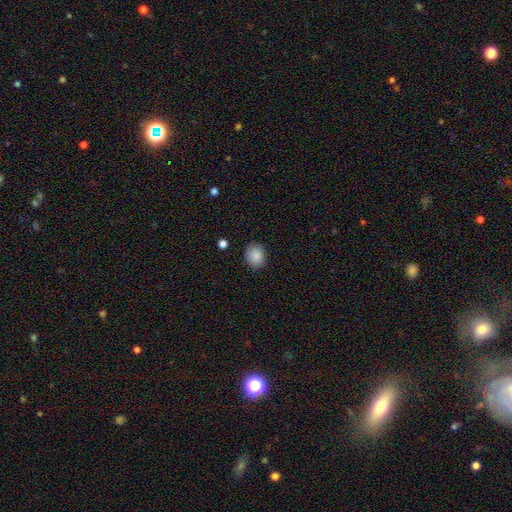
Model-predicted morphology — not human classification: smooth-or-featured: smooth: 87% | star or artifact: 8% | featured or disk: 4%
  how-rounded: round: 58% | in between: 41% | cigar-shaped: 1%
  merging: none: 84% | minor disturbance: 12% | major disturbance: 3% | merger: 1%